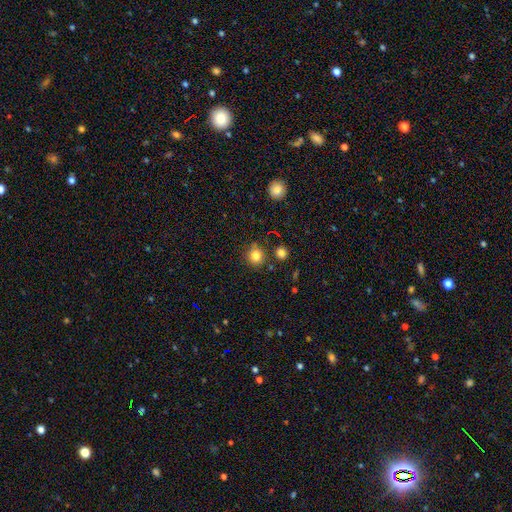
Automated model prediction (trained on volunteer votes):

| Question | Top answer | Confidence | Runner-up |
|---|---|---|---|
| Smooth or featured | smooth | 82% | star or artifact (12%) |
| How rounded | round | 87% | in between (12%) |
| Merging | none | 79% | minor disturbance (11%) |